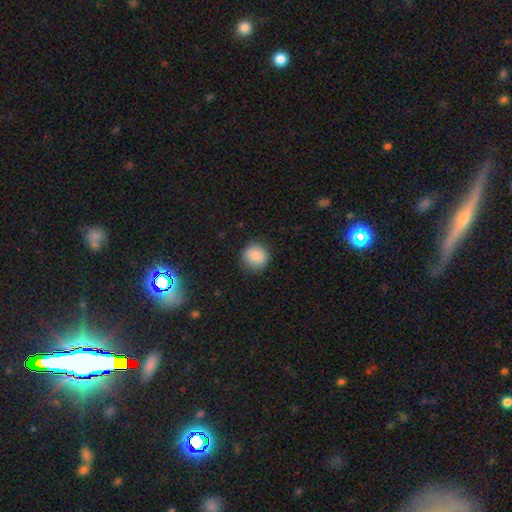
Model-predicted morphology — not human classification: type=smooth (87%); roundness=round (92%); merging=none (86%).